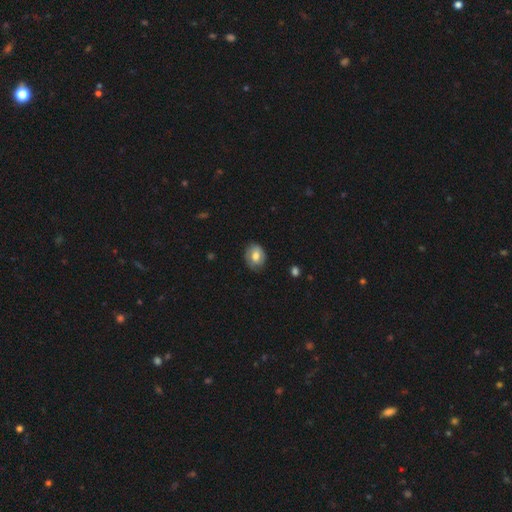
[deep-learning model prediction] Smooth or featured: smooth — 72% (featured or disk — 20%)
How rounded: in between — 54% (round — 45%)
Merging: none — 75% (minor disturbance — 19%)